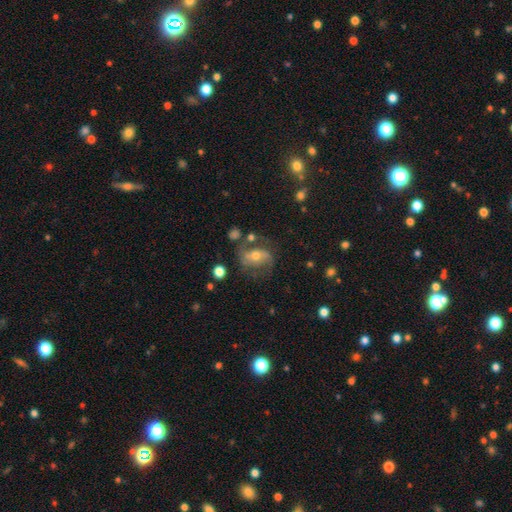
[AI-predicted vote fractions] This appears to be a featured or disk galaxy (66%) with no bar (41%), 2 (79%) medium (45%) spiral arms (83%) and a moderate central bulge (58%). Merging: none (55%).